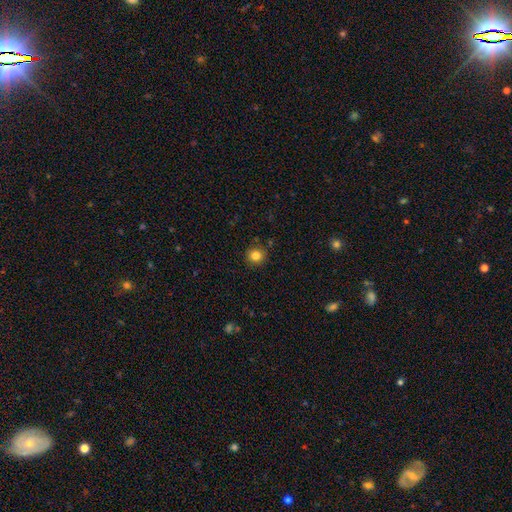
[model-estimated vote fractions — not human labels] smooth_or_featured: smooth (p=0.83) [alt: star or artifact p=0.12]
how_rounded: round (p=0.91) [alt: in between p=0.08]
merging: none (p=0.88) [alt: minor disturbance p=0.08]